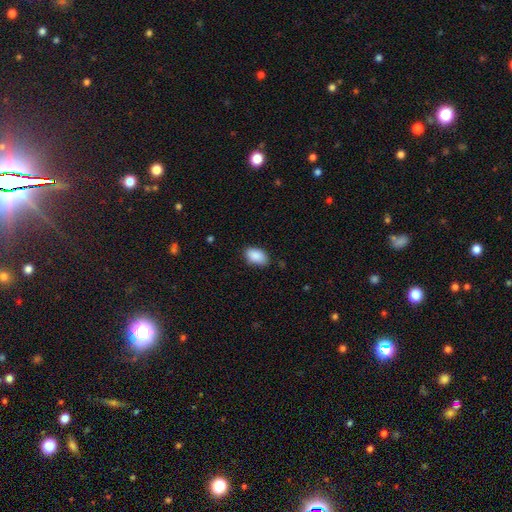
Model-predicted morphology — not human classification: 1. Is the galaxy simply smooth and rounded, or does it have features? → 89% smooth, 7% star or artifact, 4% featured or disk.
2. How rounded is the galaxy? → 92% in between, 7% round, 1% cigar-shaped.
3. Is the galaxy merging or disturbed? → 79% none, 17% minor disturbance, 3% major disturbance, 1% merger.